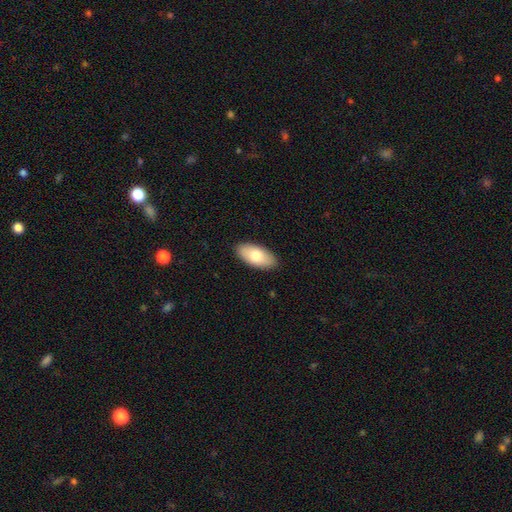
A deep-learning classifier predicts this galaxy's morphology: This appears to be a smooth galaxy with no disk features (76%) that is in between round and cigar-shaped (92%). Merging: none (89%).